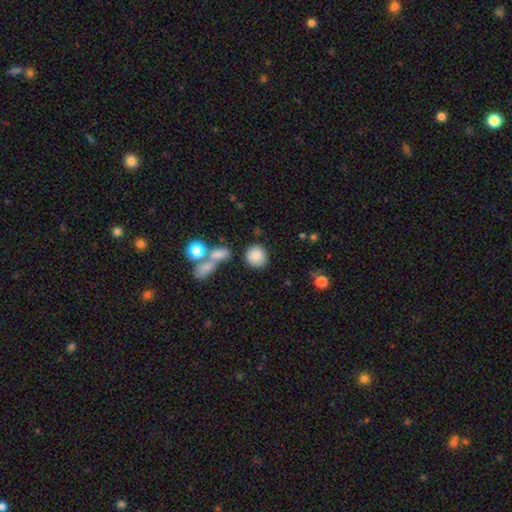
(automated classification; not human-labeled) Smooth or featured: smooth — 85% (star or artifact — 9%)
How rounded: round — 85% (in between — 13%)
Merging: none — 75% (minor disturbance — 11%)